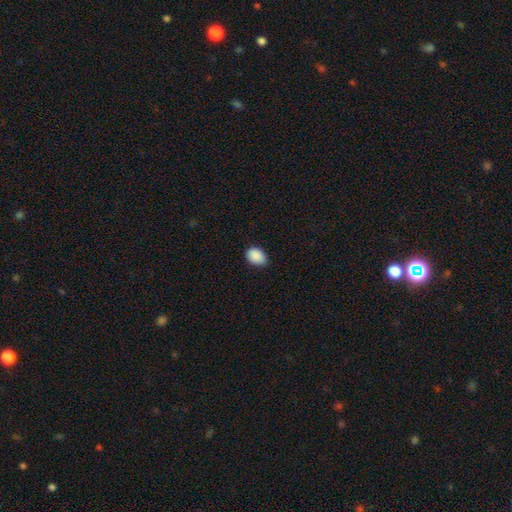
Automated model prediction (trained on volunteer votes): Smooth or featured: smooth — 90% (star or artifact — 7%)
How rounded: in between — 76% (round — 23%)
Merging: none — 83% (minor disturbance — 14%)